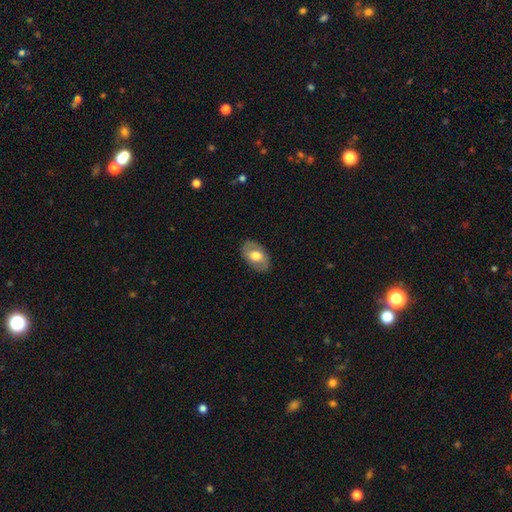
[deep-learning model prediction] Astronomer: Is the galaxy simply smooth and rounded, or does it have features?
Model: smooth — 54% (runner-up: featured or disk, 39%).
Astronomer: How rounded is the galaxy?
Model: in between — 89%.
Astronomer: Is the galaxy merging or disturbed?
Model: none — 84%.